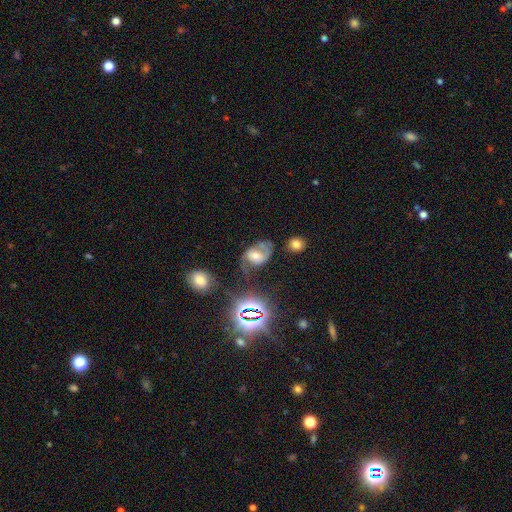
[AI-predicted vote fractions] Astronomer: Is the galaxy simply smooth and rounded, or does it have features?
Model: featured or disk — 61%.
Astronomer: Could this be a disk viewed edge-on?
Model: no — 96%.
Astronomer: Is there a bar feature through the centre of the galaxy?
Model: no — 48% (runner-up: weak, 37%).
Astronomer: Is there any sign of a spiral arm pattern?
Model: yes — 82%.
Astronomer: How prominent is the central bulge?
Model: moderate — 61%.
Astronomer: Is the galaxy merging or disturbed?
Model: none — 47% (runner-up: minor disturbance, 24%).